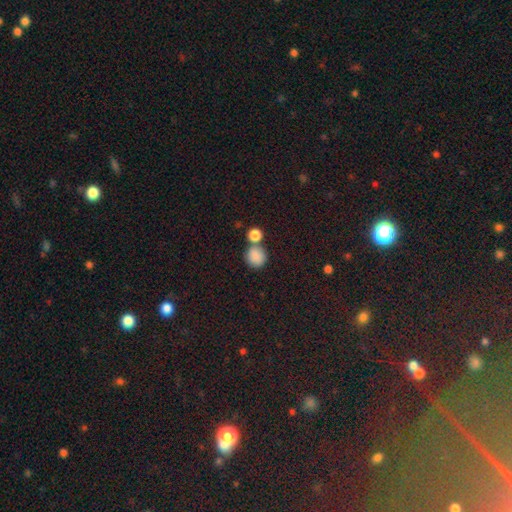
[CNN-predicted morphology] Overall: smooth (86%). How rounded: round (88%). Merging: none (58%; merger 29%).